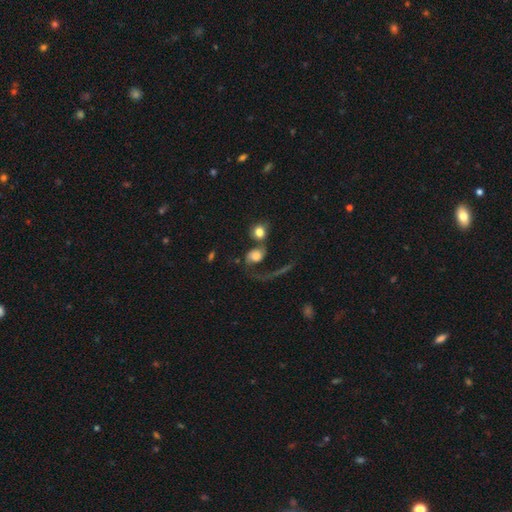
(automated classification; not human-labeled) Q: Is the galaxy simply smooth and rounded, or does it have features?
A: smooth — 53%.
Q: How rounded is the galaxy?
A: round — 59%.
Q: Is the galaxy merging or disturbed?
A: merger — 36%.